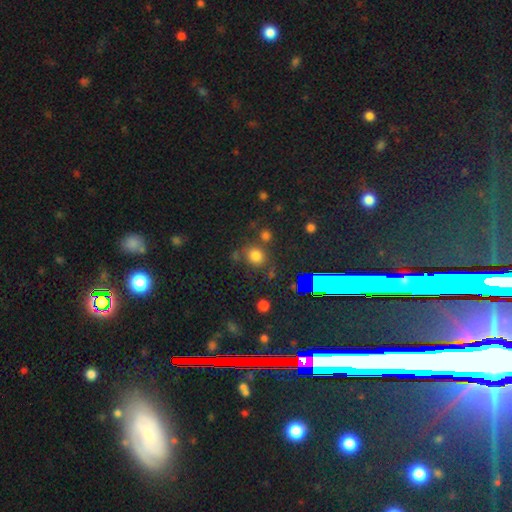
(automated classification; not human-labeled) Smooth or featured? smooth (72%)
How rounded? round (77%)
Merging? none (75%)